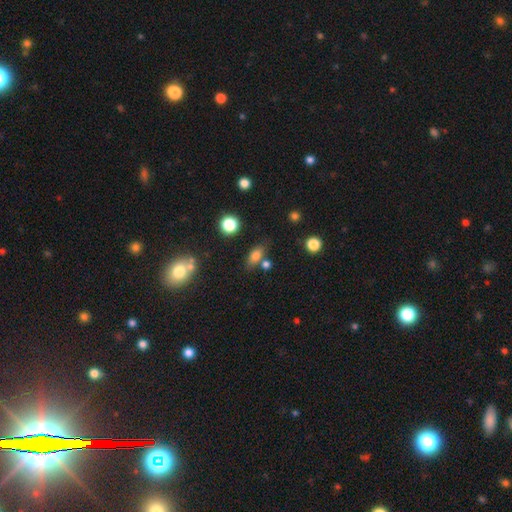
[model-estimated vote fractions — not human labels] smooth 75%, featured or disk 13%, star or artifact 13%. Down the decision tree: how rounded — in between (75%); merging — none (64%).